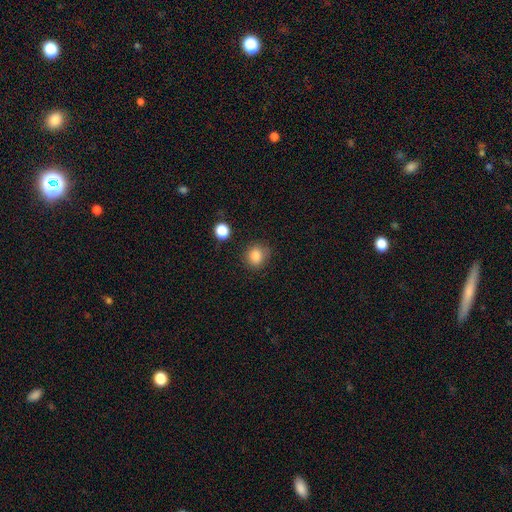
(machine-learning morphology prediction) Smooth or featured? smooth (85%)
How rounded? round (77%)
Merging? none (81%)